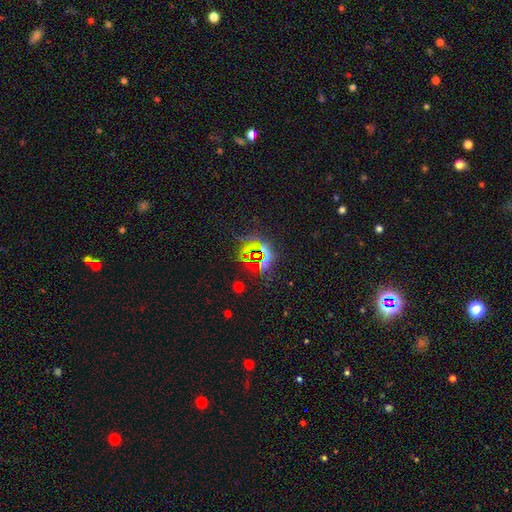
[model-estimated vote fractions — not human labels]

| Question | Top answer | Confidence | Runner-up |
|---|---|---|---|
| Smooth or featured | star or artifact | 75% | smooth (16%) |